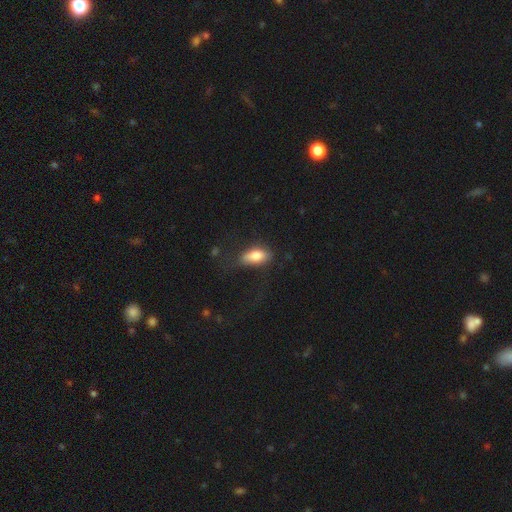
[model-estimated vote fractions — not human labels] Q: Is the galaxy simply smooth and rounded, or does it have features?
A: smooth — 80%.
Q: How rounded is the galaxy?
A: in between — 85%.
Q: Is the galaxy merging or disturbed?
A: none — 59%.